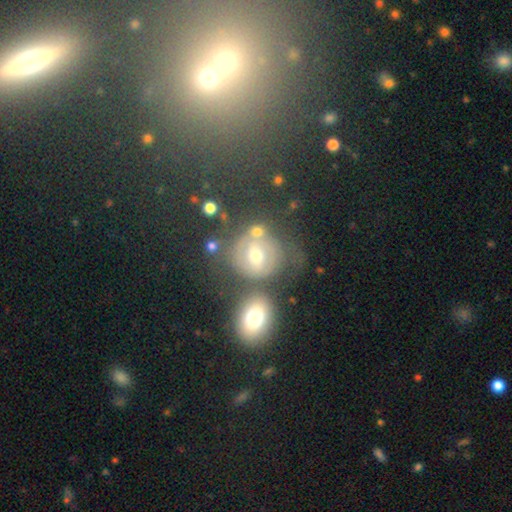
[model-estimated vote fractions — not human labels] This is possibly a featured or disk galaxy (48%). Merging: possibly none (50%).